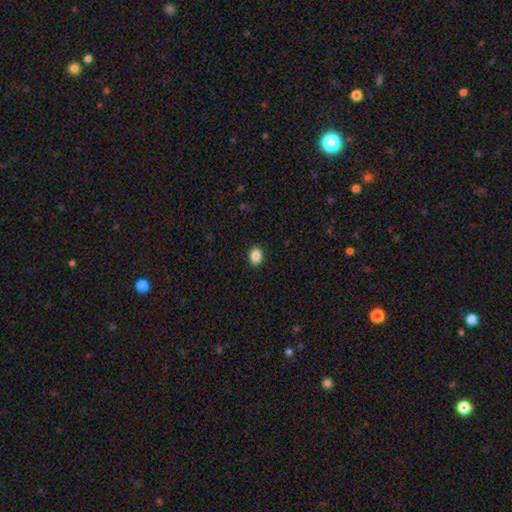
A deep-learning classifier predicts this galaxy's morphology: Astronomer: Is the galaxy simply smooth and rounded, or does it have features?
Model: smooth — 88%.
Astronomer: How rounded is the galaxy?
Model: in between — 68%.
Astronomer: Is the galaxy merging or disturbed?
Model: none — 90%.